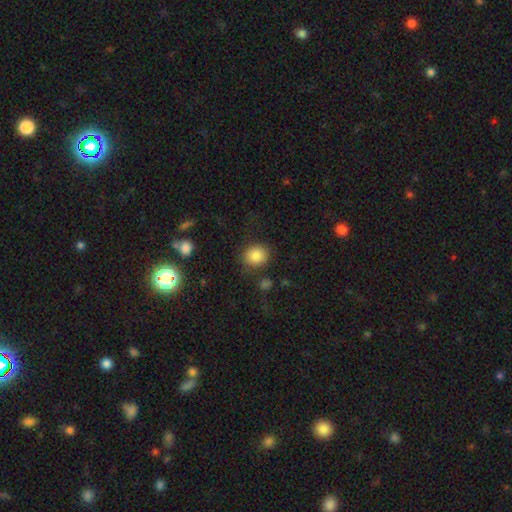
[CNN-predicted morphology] type=smooth (85%); roundness=round (75%); merging=none (80%).